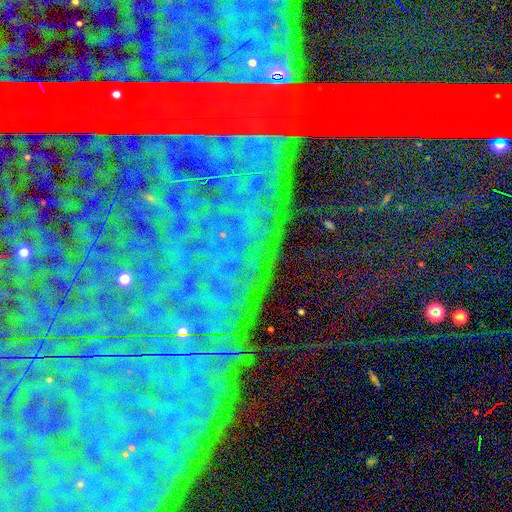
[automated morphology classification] smooth_or_featured: star or artifact (p=0.88) [alt: featured or disk p=0.07]